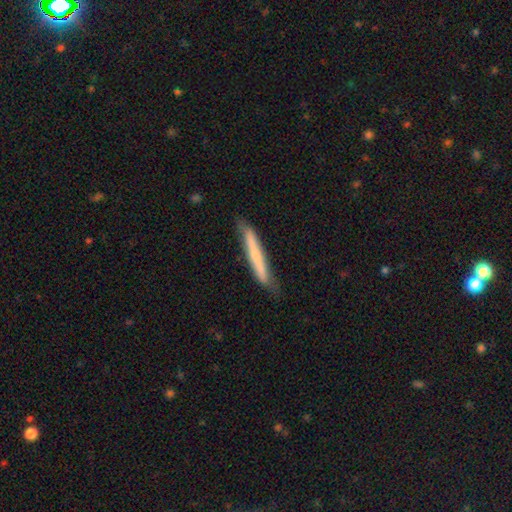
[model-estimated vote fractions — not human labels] smooth-or-featured: smooth: 53% | featured or disk: 42% | star or artifact: 6%
  how-rounded: cigar-shaped: 95% | in between: 4% | round: 1%
  merging: none: 78% | minor disturbance: 18% | major disturbance: 3% | merger: 1%